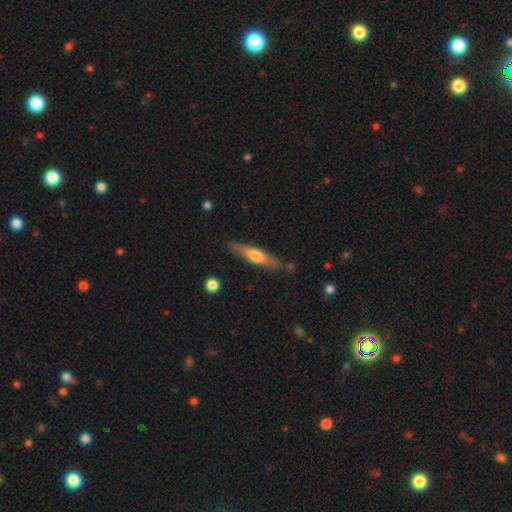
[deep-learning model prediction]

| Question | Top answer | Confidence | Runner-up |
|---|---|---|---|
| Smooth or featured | featured or disk | 51% | smooth (43%) |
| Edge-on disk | yes | 92% | no (8%) |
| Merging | none | 83% | minor disturbance (12%) |